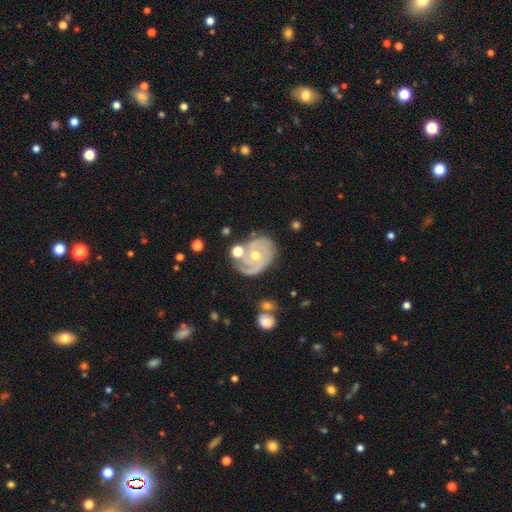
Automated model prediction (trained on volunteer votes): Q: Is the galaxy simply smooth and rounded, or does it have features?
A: featured or disk — 82%.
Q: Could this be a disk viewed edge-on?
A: no — 97%.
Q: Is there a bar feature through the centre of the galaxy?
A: no — 73%.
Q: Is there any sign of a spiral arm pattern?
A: yes — 89%.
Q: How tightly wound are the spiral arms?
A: tight — 63%.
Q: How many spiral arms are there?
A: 2 — 47%.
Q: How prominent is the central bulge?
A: moderate — 74%.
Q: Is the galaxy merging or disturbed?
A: none — 63%.